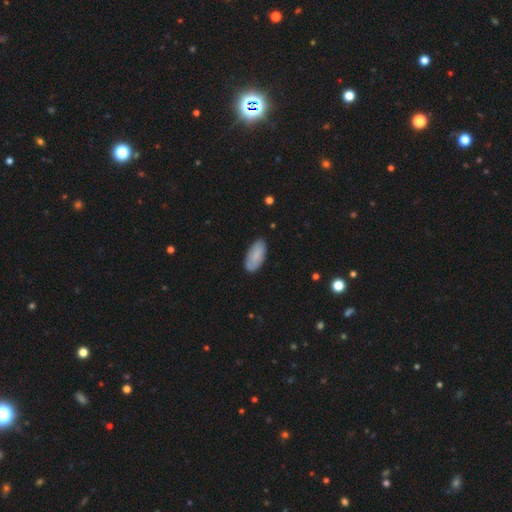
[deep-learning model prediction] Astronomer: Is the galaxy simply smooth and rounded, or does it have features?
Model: smooth — 80%.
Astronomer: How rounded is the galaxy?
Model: in between — 91%.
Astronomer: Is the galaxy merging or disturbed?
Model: none — 80%.